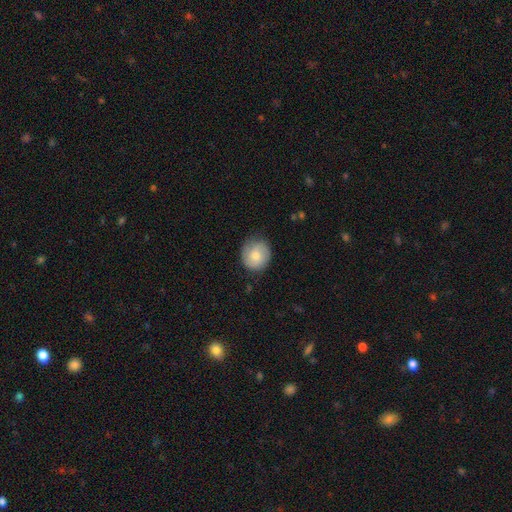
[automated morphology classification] Smooth or featured: smooth — 71% (featured or disk — 23%)
How rounded: round — 87% (in between — 12%)
Merging: none — 80% (minor disturbance — 15%)